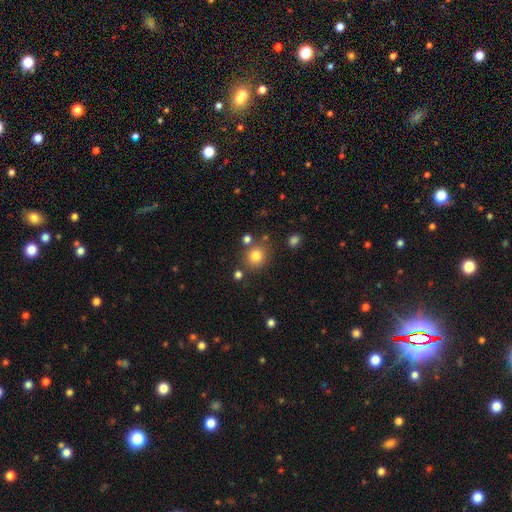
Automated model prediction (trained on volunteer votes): This is clearly a smooth galaxy (80%). How rounded: clearly round (84%). Merging: likely none (78%).